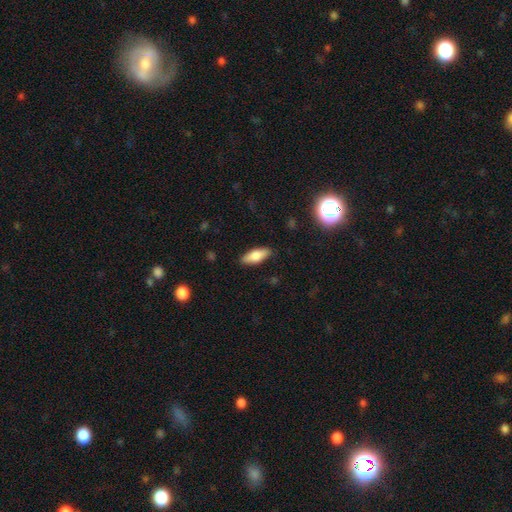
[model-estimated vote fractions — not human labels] Smooth or featured?
  - smooth: 74% *
  - featured or disk: 19%
  - star or artifact: 7%
How rounded?
  - in between: 69% *
  - cigar-shaped: 28%
  - round: 2%
Merging?
  - none: 87% *
  - minor disturbance: 10%
  - major disturbance: 2%
  - merger: 1%